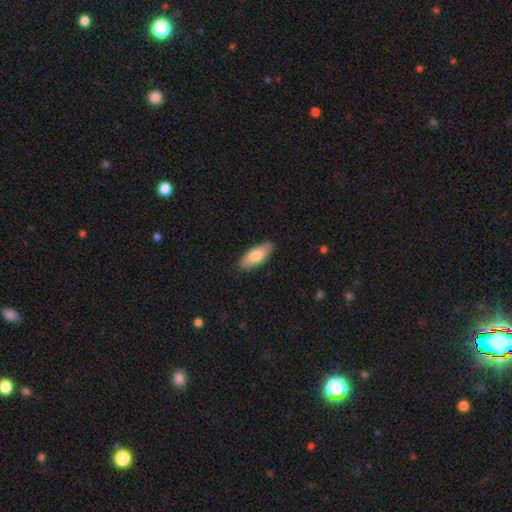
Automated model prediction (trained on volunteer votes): Smooth or featured? Predicted: smooth (p=0.78). How rounded? Predicted: in between (p=0.80). Merging? Predicted: none (p=0.87).